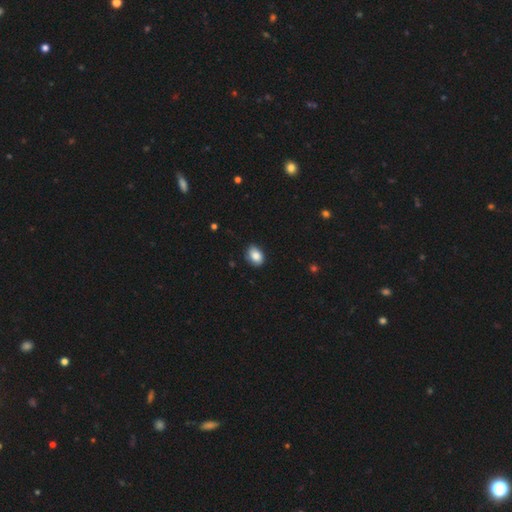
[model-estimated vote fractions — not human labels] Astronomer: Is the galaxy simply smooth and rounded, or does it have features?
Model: smooth — 85%.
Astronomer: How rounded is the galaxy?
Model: in between — 73%.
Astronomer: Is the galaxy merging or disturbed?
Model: none — 80%.